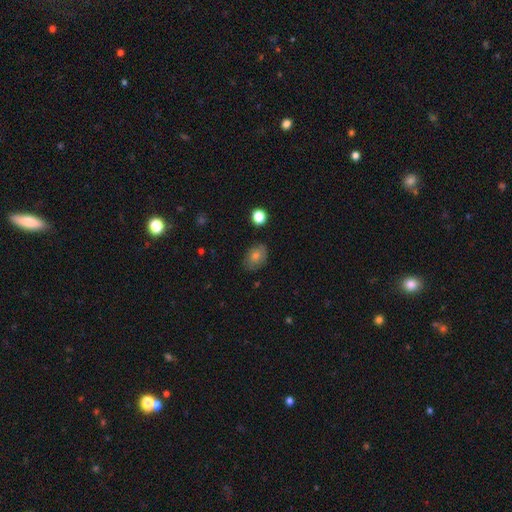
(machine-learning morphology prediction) Smooth or featured? Predicted: smooth (p=0.71). How rounded? Predicted: in between (p=0.72). Merging? Predicted: none (p=0.80).